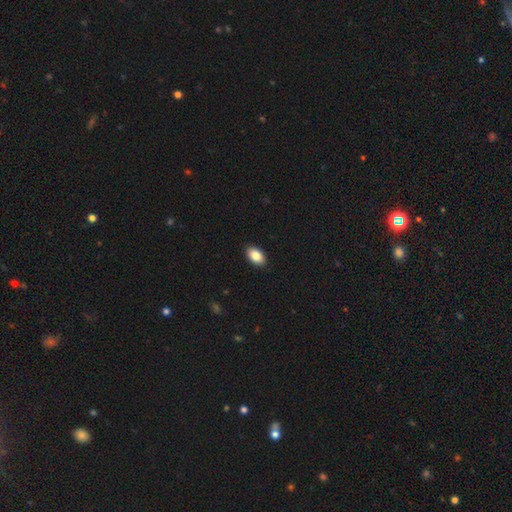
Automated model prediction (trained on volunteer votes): This is clearly a smooth galaxy (87%). How rounded: clearly in between (91%). Merging: clearly none (91%).